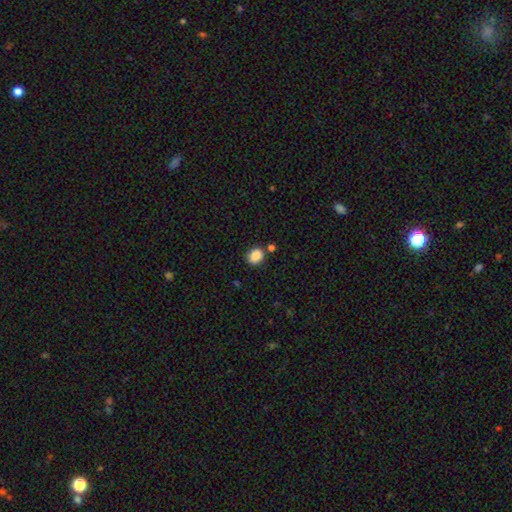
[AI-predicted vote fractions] A smooth galaxy with no disk features (87%) that is round (52%).

Vote fractions:
- Smooth or featured? smooth: 87% / star or artifact: 9% / featured or disk: 3%
- How rounded? round: 52% / in between: 47% / cigar-shaped: 1%
- Merging? none: 76% / minor disturbance: 12% / merger: 9% / major disturbance: 3%